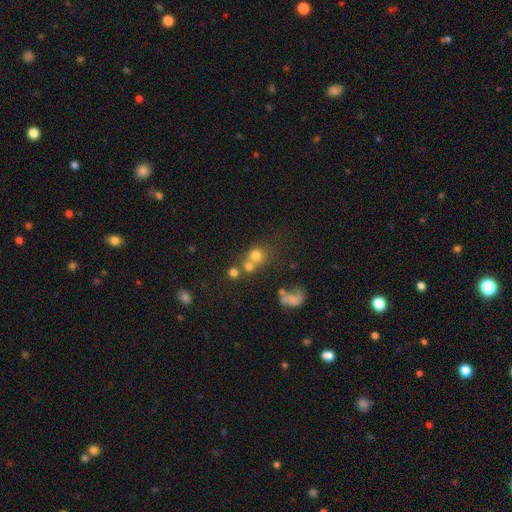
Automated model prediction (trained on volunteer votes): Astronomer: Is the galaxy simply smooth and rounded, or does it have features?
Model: smooth — 69%.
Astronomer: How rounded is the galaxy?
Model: round — 80%.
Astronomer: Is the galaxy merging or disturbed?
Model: merger — 43% (runner-up: none, 42%).